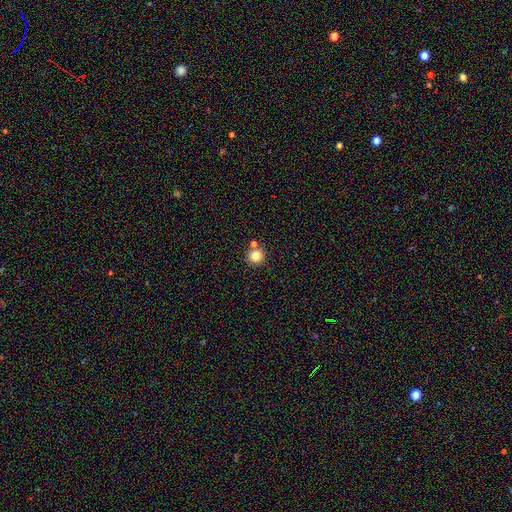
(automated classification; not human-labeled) This appears to be a smooth galaxy with no disk features (81%) that is round (93%). Merging: none (75%).